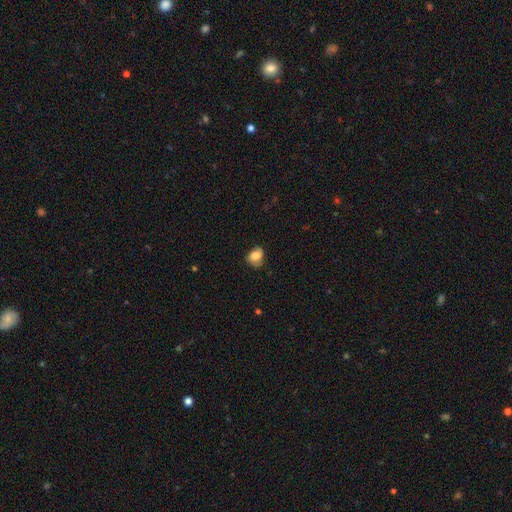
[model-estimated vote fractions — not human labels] Overall: smooth (65%; featured or disk 26%). How rounded: in between (50%; round 49%). Merging: none (62%; minor disturbance 27%).